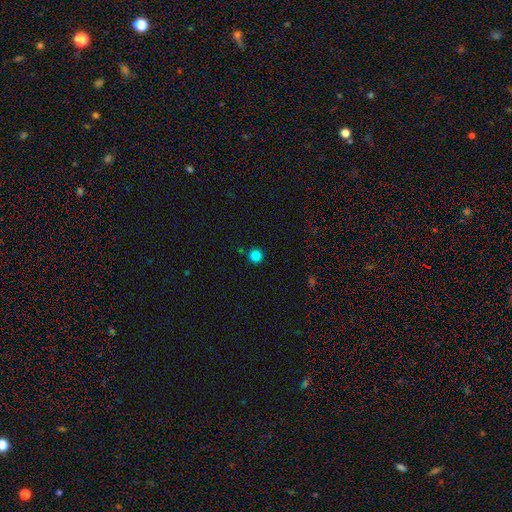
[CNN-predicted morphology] smooth-or-featured: smooth: 84% | star or artifact: 13% | featured or disk: 3%
  how-rounded: round: 95% | in between: 4% | cigar-shaped: 1%
  merging: none: 85% | minor disturbance: 7% | merger: 5% | major disturbance: 2%